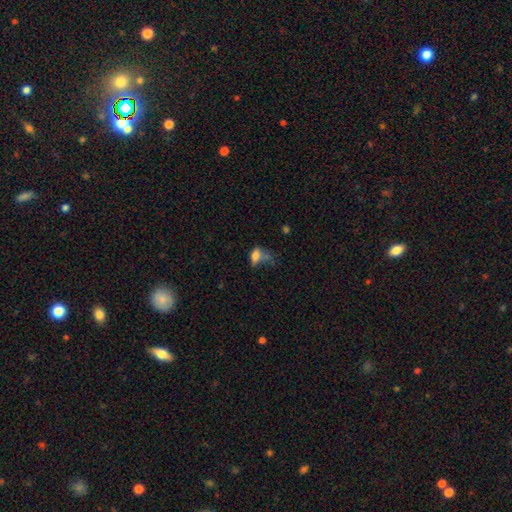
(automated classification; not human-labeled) smooth_or_featured: smooth (p=0.69) [alt: featured or disk p=0.19]
how_rounded: in between (p=0.82) [alt: round p=0.11]
merging: major disturbance (p=0.47) [alt: minor disturbance p=0.21]